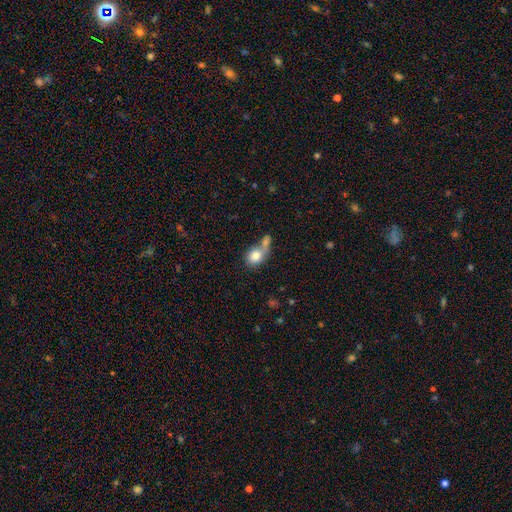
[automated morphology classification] type=smooth (79%); roundness=round (59%); merging=merger (52%).